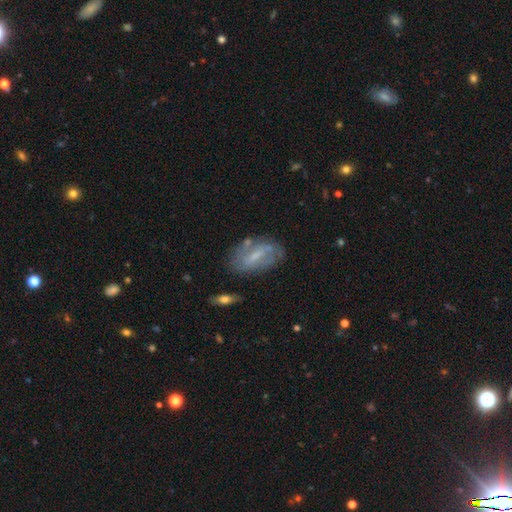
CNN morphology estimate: This is likely a featured or disk galaxy (62%). It is clearly not viewed edge-on (91%). Bar: possibly weak (47%). Spiral arm pattern: likely yes (61%). Central bulge: possibly small (51%). Merging: likely none (66%).